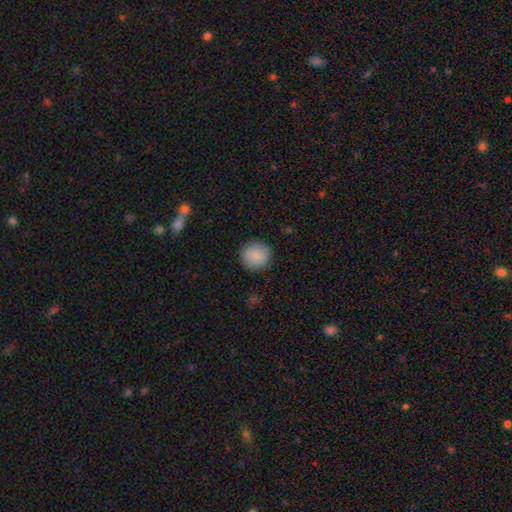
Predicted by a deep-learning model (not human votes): Smooth or featured: smooth — 87% (star or artifact — 7%)
How rounded: round — 94% (in between — 5%)
Merging: none — 89% (minor disturbance — 7%)